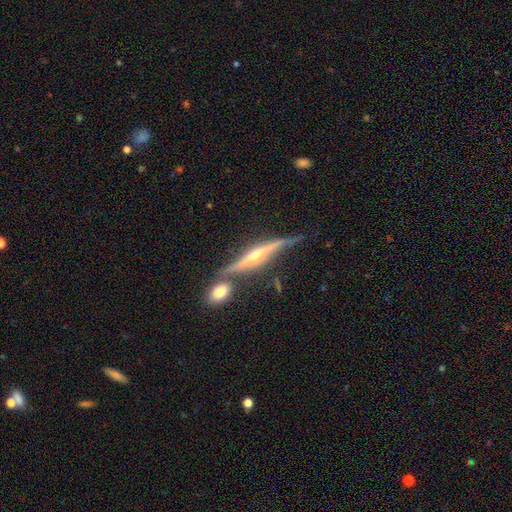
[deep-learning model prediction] A featured or disk galaxy (85%) viewed edge-on (97%) with a rounded central bulge (88%). Merging: none (70%).